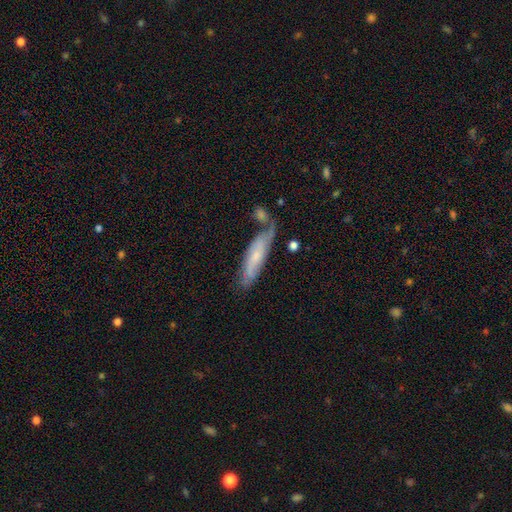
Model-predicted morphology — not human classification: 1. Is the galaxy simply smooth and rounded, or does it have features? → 48% featured or disk, 45% smooth, 7% star or artifact.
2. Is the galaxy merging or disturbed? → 50% none, 23% minor disturbance, 18% merger, 9% major disturbance.